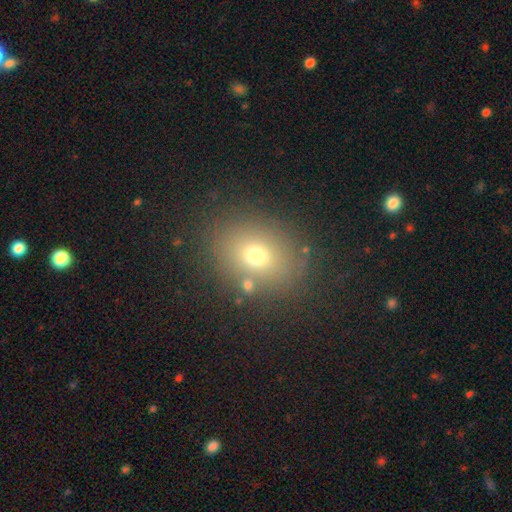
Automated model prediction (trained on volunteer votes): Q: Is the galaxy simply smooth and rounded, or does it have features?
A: smooth — 69%.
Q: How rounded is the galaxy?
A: round — 50%.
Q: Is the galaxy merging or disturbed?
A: none — 82%.